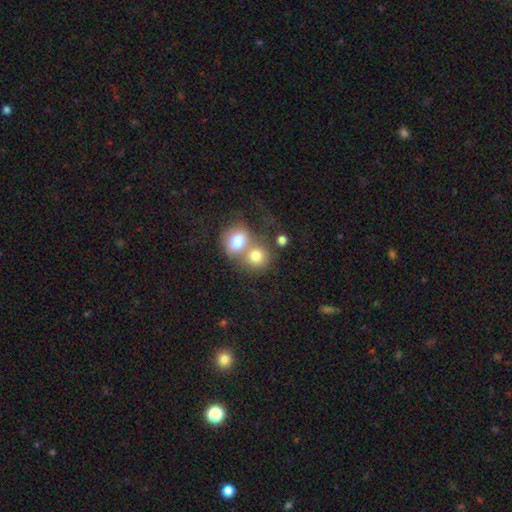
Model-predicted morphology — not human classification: Q: Smooth or featured?
A: smooth (74%); runner-up: featured or disk (16%)
Q: How rounded?
A: round (77%); runner-up: in between (22%)
Q: Merging?
A: merger (60%); runner-up: none (28%)